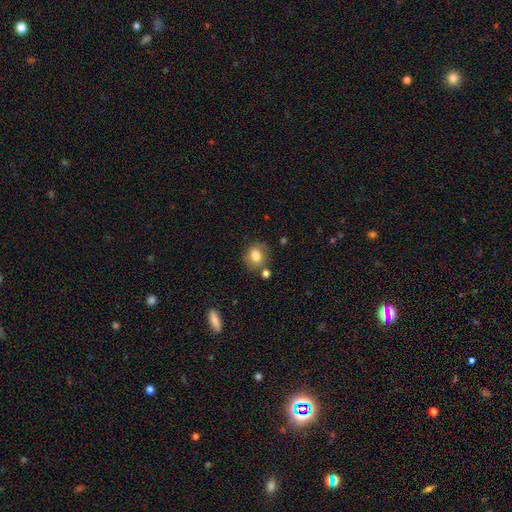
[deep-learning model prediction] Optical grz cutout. It shows a smooth galaxy with no disk features (78%) that is round (57%). Merging: none (72%).